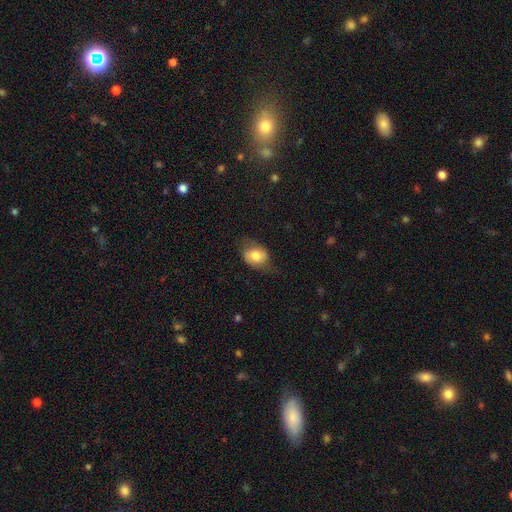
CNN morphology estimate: A smooth galaxy with no disk features (71%) that is in between round and cigar-shaped (66%). Merging: none (62%).